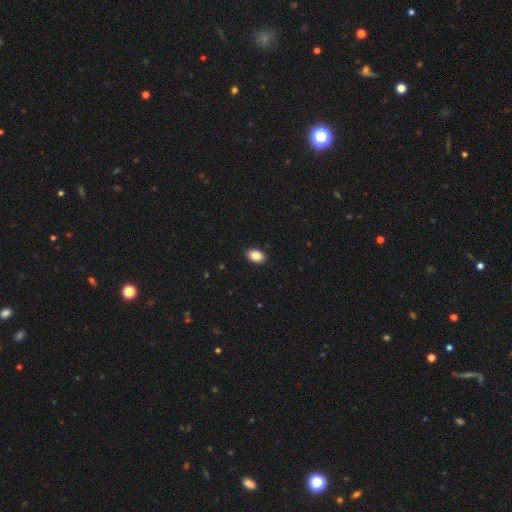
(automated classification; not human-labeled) Smooth or featured? Predicted: smooth (p=0.88). How rounded? Predicted: in between (p=0.86). Merging? Predicted: none (p=0.90).